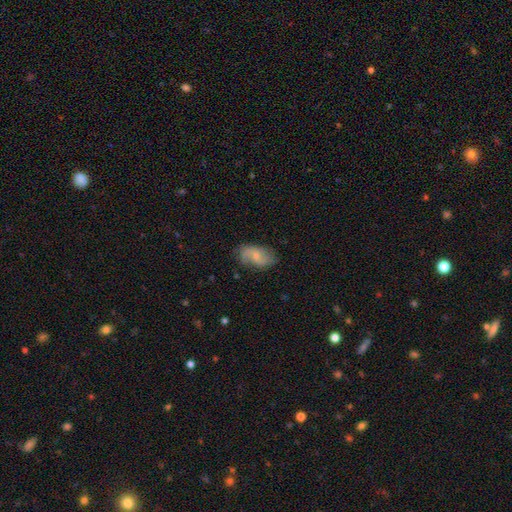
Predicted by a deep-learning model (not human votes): A featured or disk galaxy (55%) with no bar (57%), spiral arms (86%) and a small central bulge (62%).

Vote fractions:
- Smooth or featured? featured or disk: 55% / smooth: 37% / star or artifact: 7%
- Edge-on disk? no: 95% / yes: 5%
- Bar? no: 57% / weak: 35% / strong: 7%
- Spiral arms? yes: 86% / no: 14%
- Bulge size? small: 62% / moderate: 29% / none: 7% / large: 1% / dominant: 1%
- Merging? none: 71% / minor disturbance: 22% / major disturbance: 6% / merger: 2%